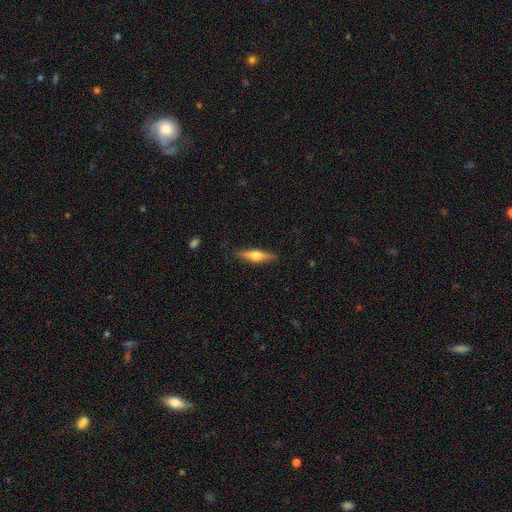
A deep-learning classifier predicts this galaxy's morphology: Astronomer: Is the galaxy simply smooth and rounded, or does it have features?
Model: featured or disk — 56% (runner-up: smooth, 38%).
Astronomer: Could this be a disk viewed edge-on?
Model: yes — 94%.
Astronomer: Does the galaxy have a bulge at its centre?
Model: rounded — 94%.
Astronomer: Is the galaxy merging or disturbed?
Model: none — 87%.